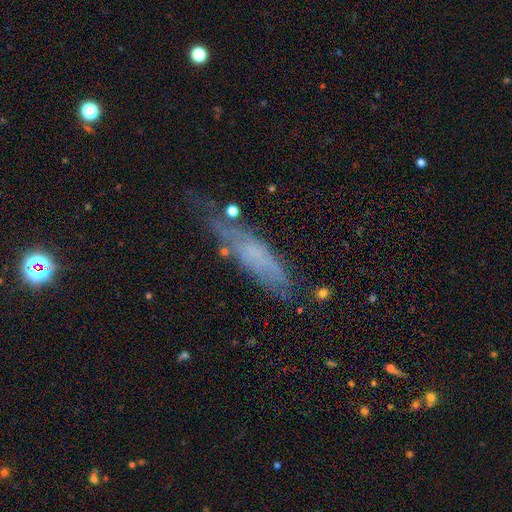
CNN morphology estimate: Smooth or featured: featured or disk — 44% (smooth — 43%)
Merging: none — 50% (minor disturbance — 29%)